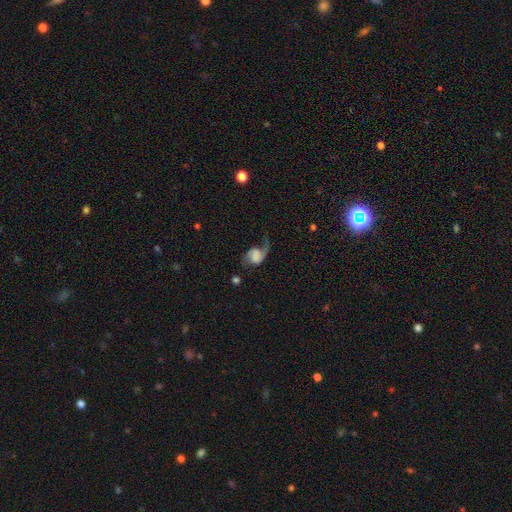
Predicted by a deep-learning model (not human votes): The model was most divided on "bar": no: 57%, weak: 32%, strong: 11%. More confident: edge-on disk — no (97%); spiral arms — yes (94%); spiral arm count — 2 (79%); smooth or featured — featured or disk (74%); spiral winding — loose (67%); bulge size — none (55%); merging — none (52%).